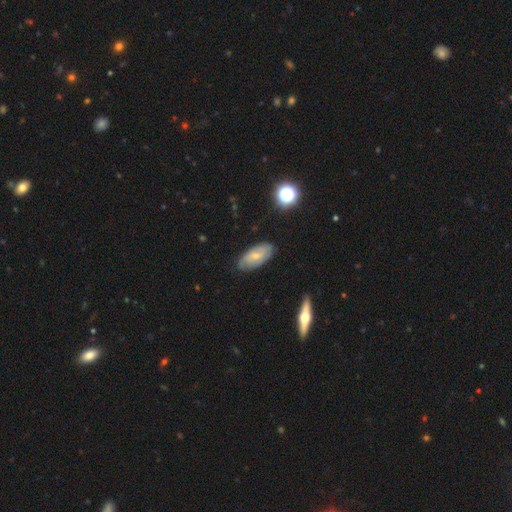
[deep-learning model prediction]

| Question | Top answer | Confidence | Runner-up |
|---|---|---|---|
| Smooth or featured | featured or disk | 47% | smooth (45%) |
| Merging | none | 78% | minor disturbance (17%) |